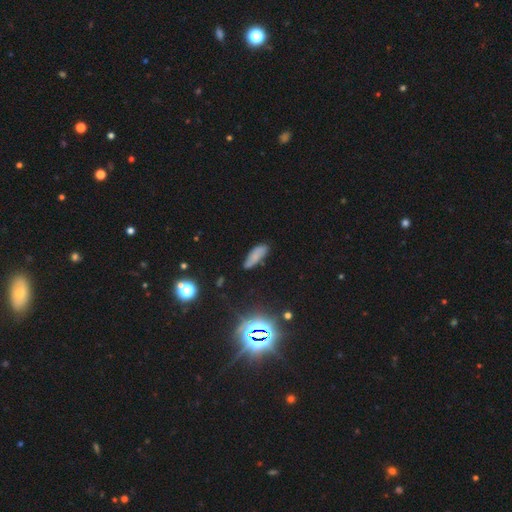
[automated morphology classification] Smooth or featured: smooth — 68% (featured or disk — 19%)
How rounded: in between — 65% (cigar-shaped — 32%)
Merging: none — 70% (minor disturbance — 22%)